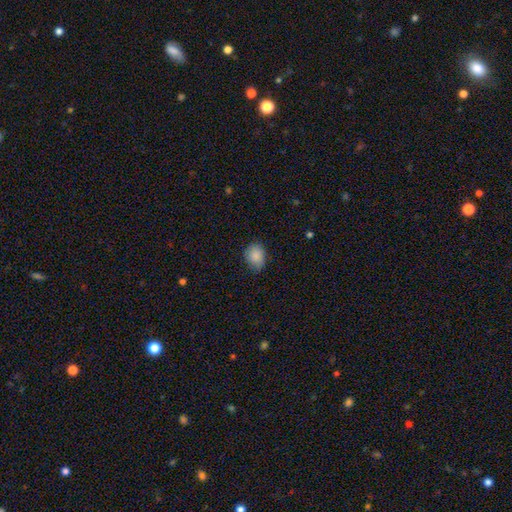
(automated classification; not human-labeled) This is clearly a smooth galaxy (87%). How rounded: possibly in between (53%). Merging: likely none (71%).